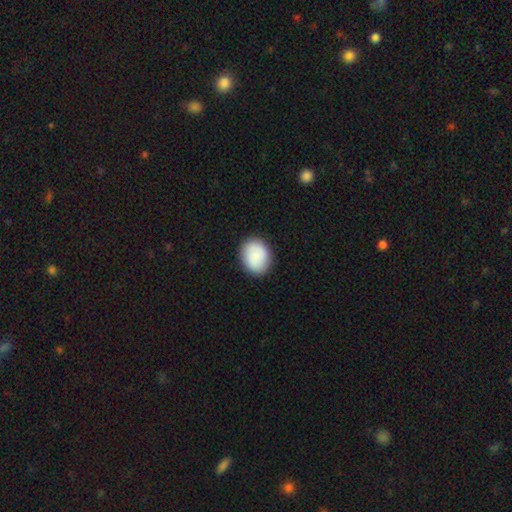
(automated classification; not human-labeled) Smooth or featured? smooth (84%)
How rounded? round (54%)
Merging? none (87%)